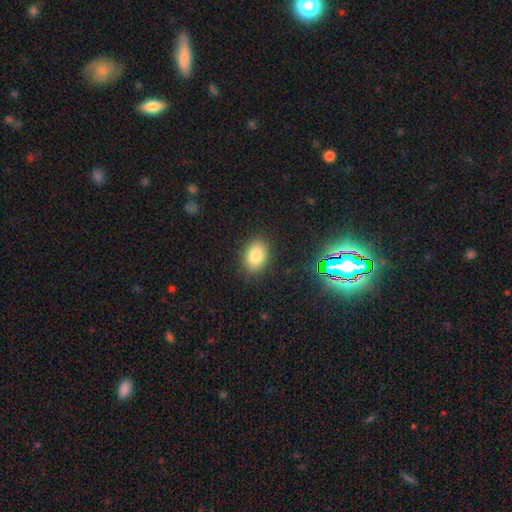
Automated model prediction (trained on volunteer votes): Smooth or featured? Predicted: smooth (p=0.82). How rounded? Predicted: in between (p=0.77). Merging? Predicted: none (p=0.87).